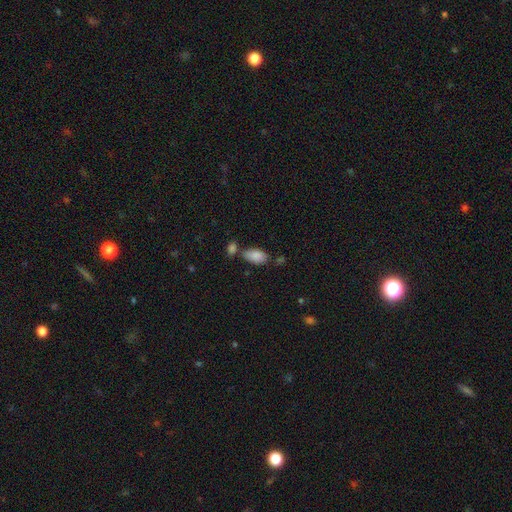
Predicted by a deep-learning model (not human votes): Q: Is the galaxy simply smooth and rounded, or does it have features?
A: smooth — 87%.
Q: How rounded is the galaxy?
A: in between — 94%.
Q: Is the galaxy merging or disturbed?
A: none — 57%.